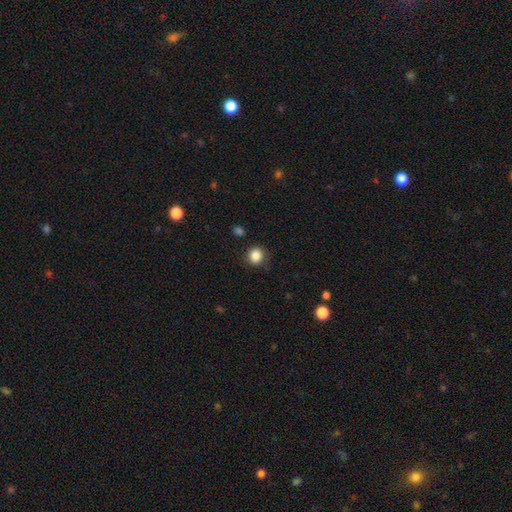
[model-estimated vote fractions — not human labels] Morphology: type=smooth (86%); roundness=round (83%); merging=none (86%).